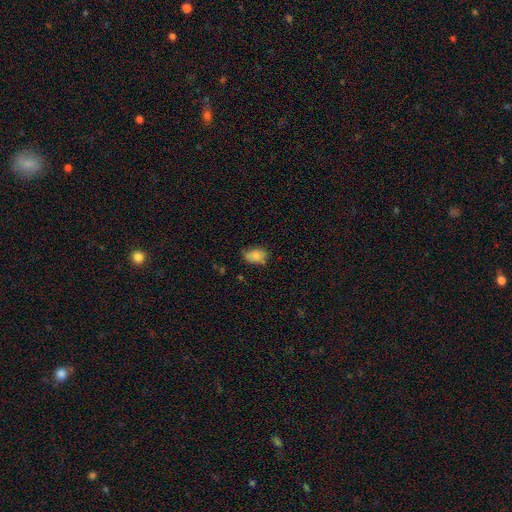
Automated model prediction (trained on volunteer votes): This appears to be a smooth galaxy with no disk features (84%) that is in between round and cigar-shaped (82%). Merging: none (65%).